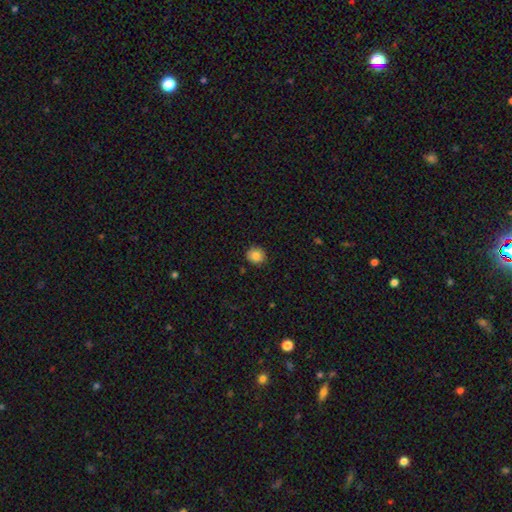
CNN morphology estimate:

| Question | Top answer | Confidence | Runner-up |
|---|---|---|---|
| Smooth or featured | smooth | 85% | star or artifact (9%) |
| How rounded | round | 81% | in between (18%) |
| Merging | none | 86% | minor disturbance (11%) |